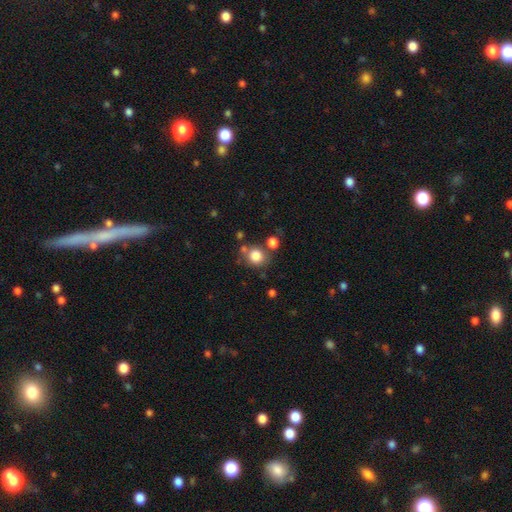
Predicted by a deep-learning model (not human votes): This appears to be a smooth galaxy with no disk features (82%) that is round (83%). Merging: none (69%).